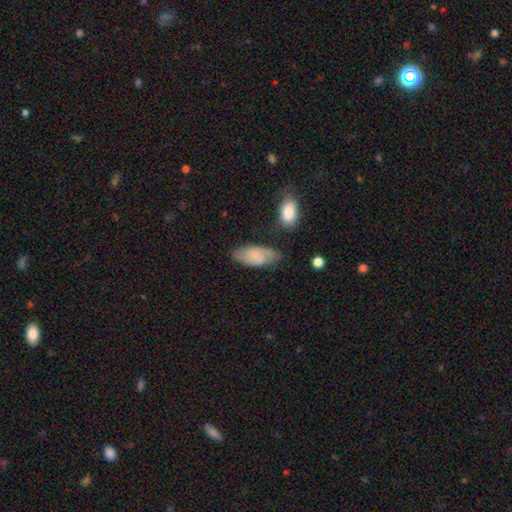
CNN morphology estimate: Q: Smooth or featured?
A: smooth (61%); runner-up: featured or disk (31%)
Q: How rounded?
A: in between (89%); runner-up: cigar-shaped (8%)
Q: Merging?
A: none (68%); runner-up: minor disturbance (22%)